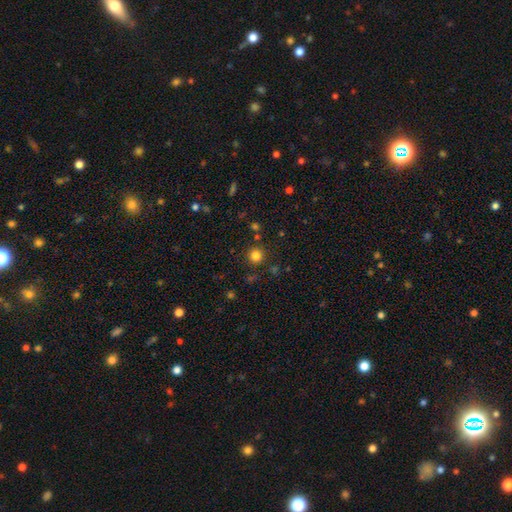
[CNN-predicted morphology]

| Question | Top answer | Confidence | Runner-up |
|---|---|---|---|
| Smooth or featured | smooth | 81% | star or artifact (15%) |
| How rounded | round | 95% | in between (4%) |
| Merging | none | 88% | minor disturbance (6%) |